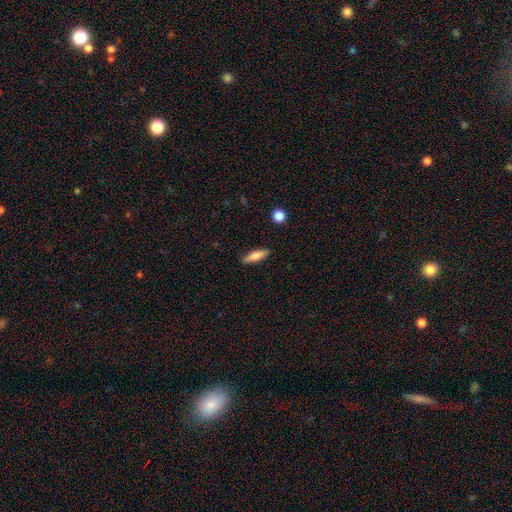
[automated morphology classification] Smooth or featured?
  - smooth: 73% *
  - featured or disk: 21%
  - star or artifact: 6%
How rounded?
  - cigar-shaped: 62% *
  - in between: 36%
  - round: 2%
Merging?
  - none: 88% *
  - minor disturbance: 9%
  - major disturbance: 2%
  - merger: 1%